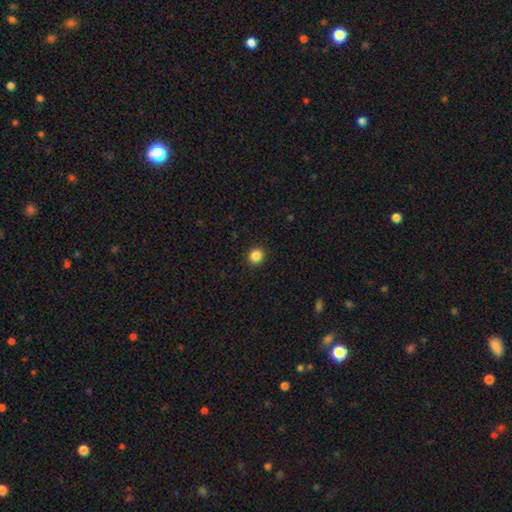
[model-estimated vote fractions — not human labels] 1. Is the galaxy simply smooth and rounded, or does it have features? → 86% smooth, 11% star or artifact, 3% featured or disk.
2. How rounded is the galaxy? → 90% round, 9% in between, 1% cigar-shaped.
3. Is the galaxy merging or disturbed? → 93% none, 5% minor disturbance, 2% major disturbance, 1% merger.